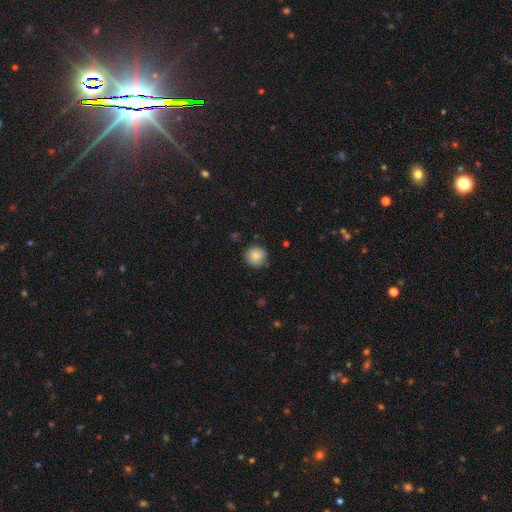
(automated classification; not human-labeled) Q: Smooth or featured?
A: smooth (86%); runner-up: star or artifact (9%)
Q: How rounded?
A: round (93%); runner-up: in between (6%)
Q: Merging?
A: none (85%); runner-up: minor disturbance (11%)